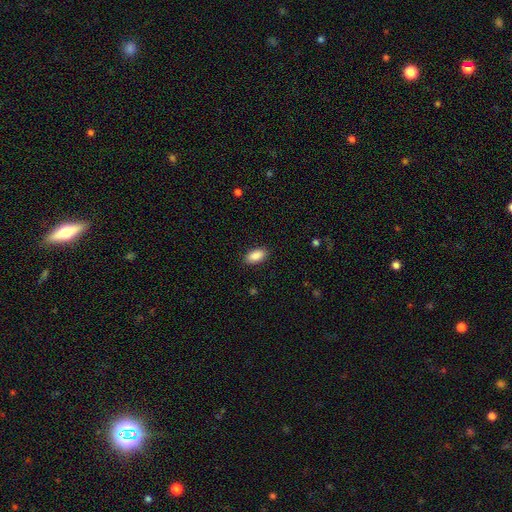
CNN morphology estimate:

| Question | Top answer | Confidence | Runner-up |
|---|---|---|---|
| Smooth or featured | smooth | 89% | star or artifact (7%) |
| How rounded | in between | 93% | cigar-shaped (4%) |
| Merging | none | 89% | minor disturbance (8%) |